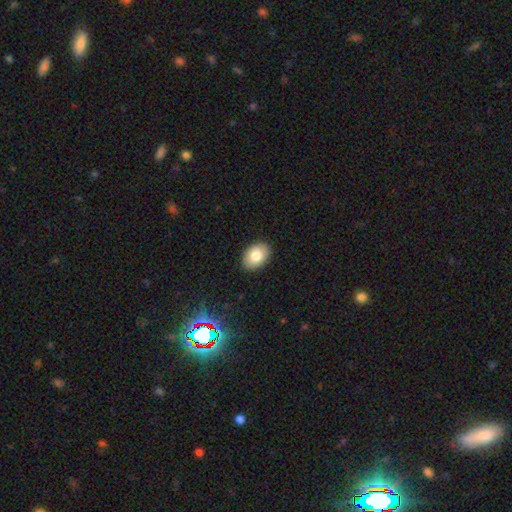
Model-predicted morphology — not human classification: Smooth or featured? Predicted: smooth (p=0.83). How rounded? Predicted: in between (p=0.84). Merging? Predicted: none (p=0.89).